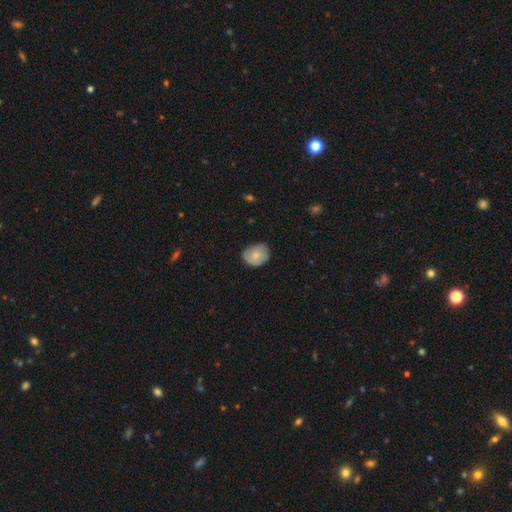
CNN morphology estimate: smooth_or_featured: smooth (p=0.78) [alt: featured or disk p=0.16]
how_rounded: round (p=0.55) [alt: in between p=0.44]
merging: none (p=0.72) [alt: minor disturbance p=0.23]